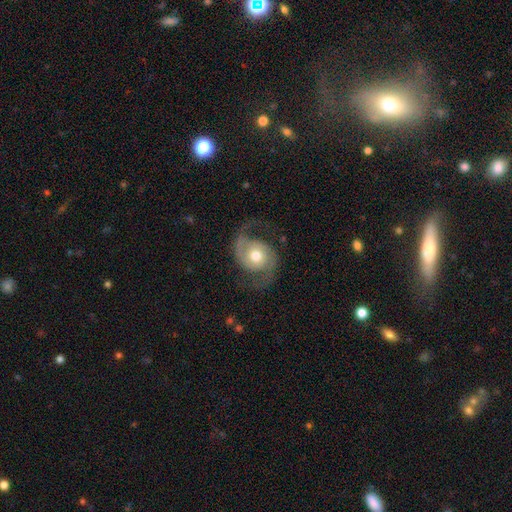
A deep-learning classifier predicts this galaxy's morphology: Smooth or featured? featured or disk (87%)
Edge-on disk? no (98%)
Bar? no (71%)
Spiral arms? yes (96%)
Spiral winding? medium (46%)
Spiral arm count? 2 (93%)
Bulge size? moderate (71%)
Merging? none (71%)